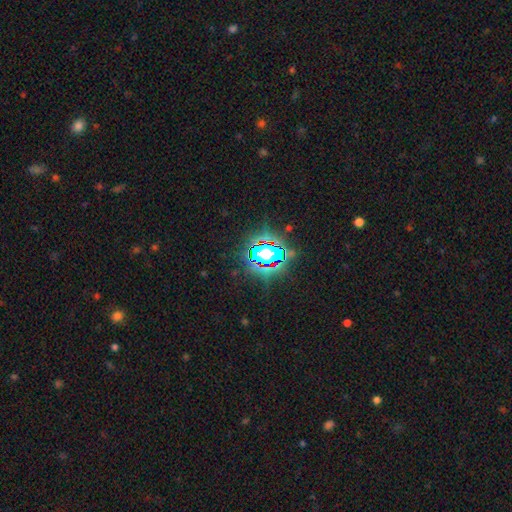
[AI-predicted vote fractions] Smooth or featured?
  - star or artifact: 82% *
  - smooth: 11%
  - featured or disk: 7%